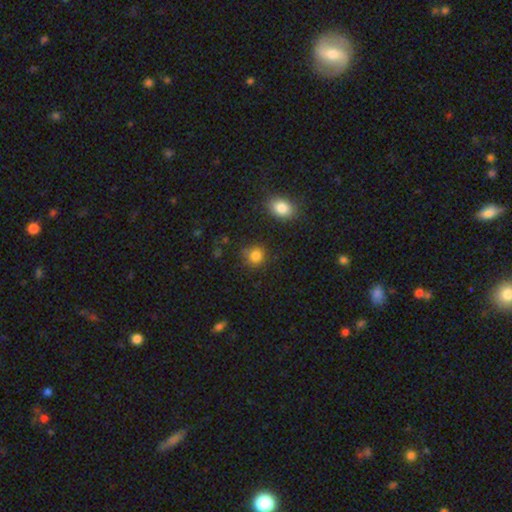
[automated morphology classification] A smooth galaxy with no disk features (83%) that is round (82%). Merging: none (77%).